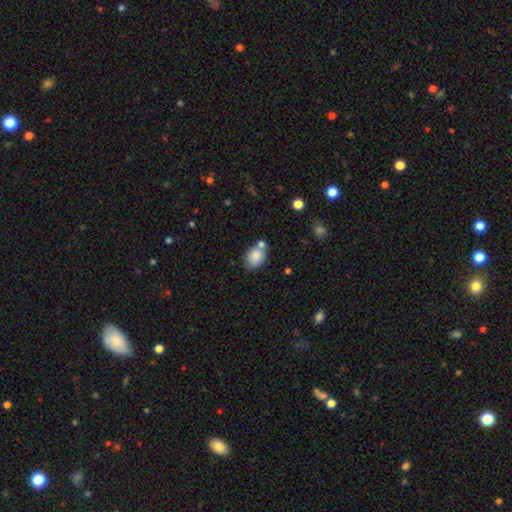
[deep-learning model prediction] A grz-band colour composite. It shows a smooth galaxy with no disk features (82%) that is in between round and cigar-shaped (74%). Merging: none (55%).